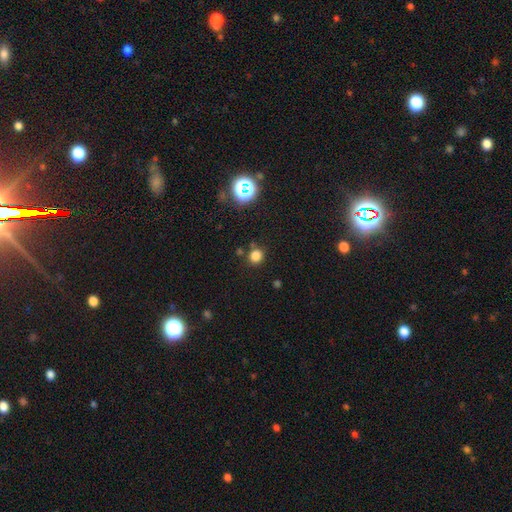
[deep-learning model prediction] Q: Smooth or featured?
A: smooth (78%); runner-up: star or artifact (17%)
Q: How rounded?
A: round (87%); runner-up: in between (12%)
Q: Merging?
A: none (82%); runner-up: minor disturbance (9%)